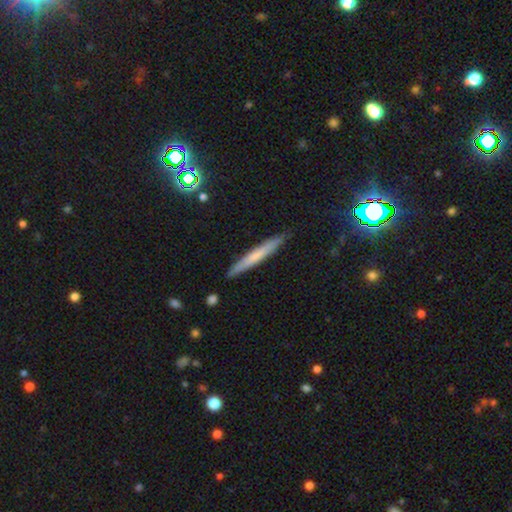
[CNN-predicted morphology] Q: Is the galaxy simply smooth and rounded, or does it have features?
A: smooth — 60%.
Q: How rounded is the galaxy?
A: cigar-shaped — 96%.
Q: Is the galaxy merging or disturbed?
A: none — 88%.